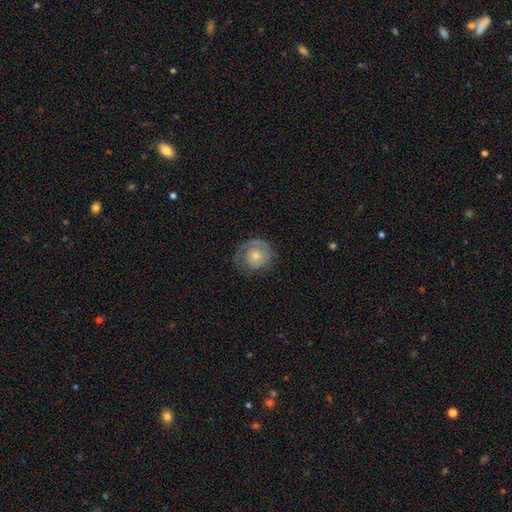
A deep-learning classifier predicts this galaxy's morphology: smooth-or-featured: featured or disk: 66% | smooth: 26% | star or artifact: 7%
  disk-edge-on: no: 97% | yes: 3%
    bar: no: 82% | weak: 16% | strong: 3%
    has-spiral-arms: yes: 83% | no: 17%
      spiral-winding: tight: 68% | medium: 24% | loose: 9%
      spiral-arm-count: 1: 35% | 2: 32% | can't tell: 24% | 3: 5% | 4: 2% | more than 4: 2%
    bulge-size: moderate: 52% | small: 42% | large: 3% | none: 2% | dominant: 1%
  merging: none: 70% | minor disturbance: 19% | major disturbance: 10% | merger: 1%